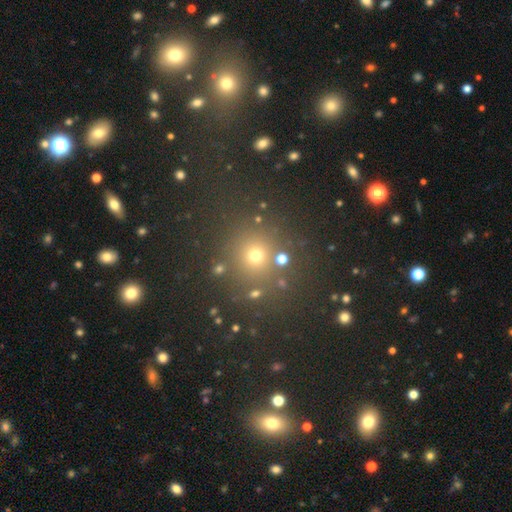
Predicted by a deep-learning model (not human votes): Smooth or featured? Predicted: smooth (p=0.63). How rounded? Predicted: round (p=0.90). Merging? Predicted: none (p=0.83).